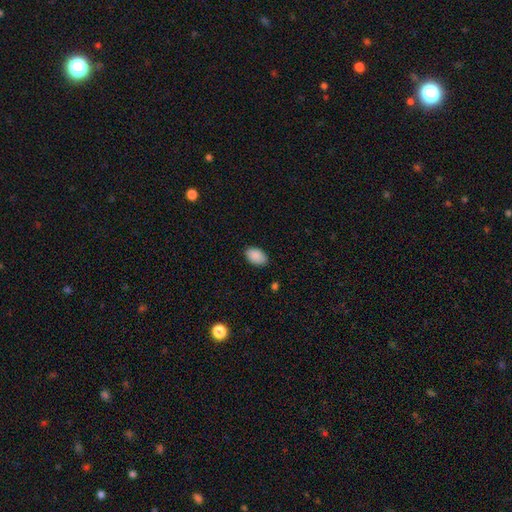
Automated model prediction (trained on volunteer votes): A smooth galaxy with no disk features (90%) that is in between round and cigar-shaped (91%). Merging: none (86%).